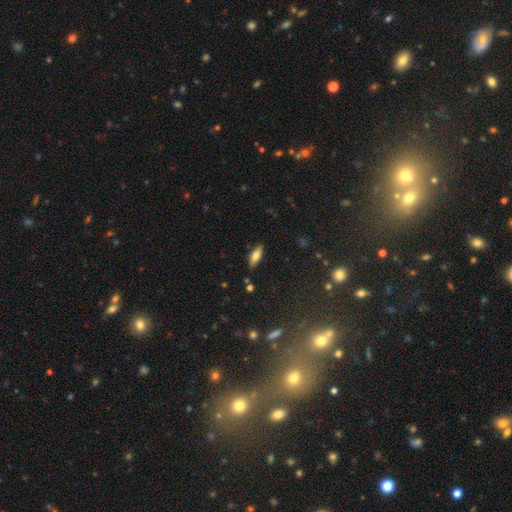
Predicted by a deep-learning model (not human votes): A smooth galaxy with no disk features (69%) that is in between round and cigar-shaped (62%). Merging: none (85%).